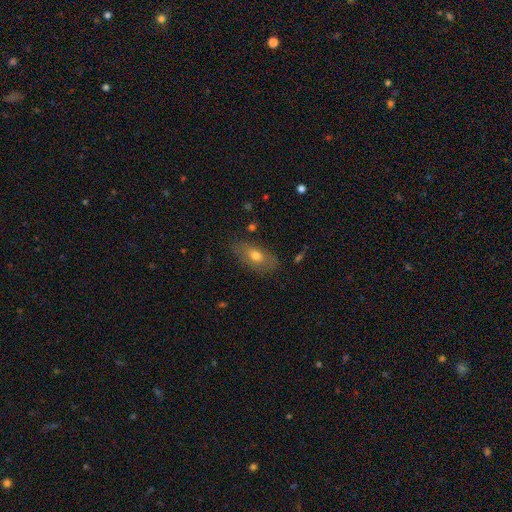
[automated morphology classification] Smooth or featured? Predicted: smooth (p=0.67). How rounded? Predicted: in between (p=0.84). Merging? Predicted: none (p=0.76).